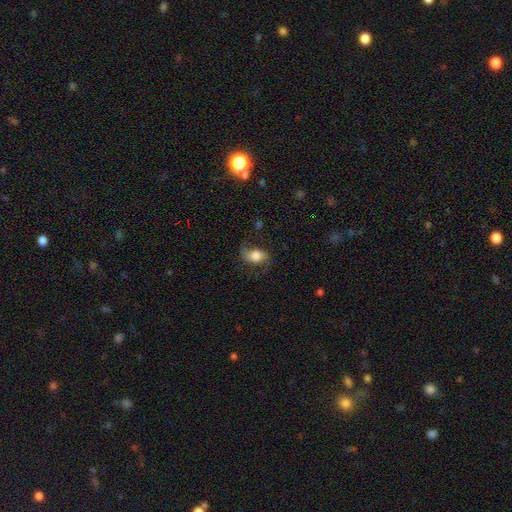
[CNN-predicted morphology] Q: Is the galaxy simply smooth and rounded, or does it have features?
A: featured or disk — 48%.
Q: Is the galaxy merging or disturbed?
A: none — 64%.